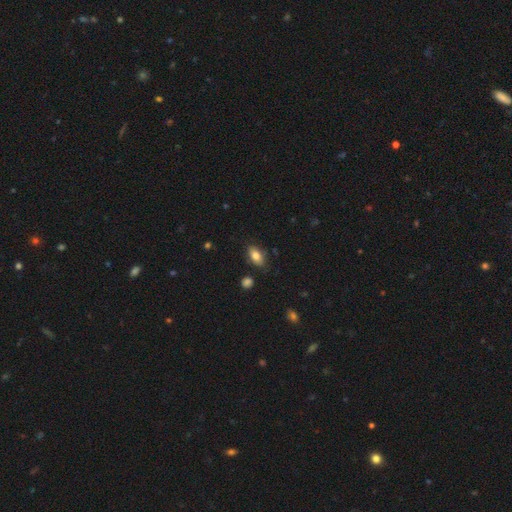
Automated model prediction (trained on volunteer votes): A smooth galaxy with no disk features (80%) that is in between round and cigar-shaped (89%). Merging: none (81%).